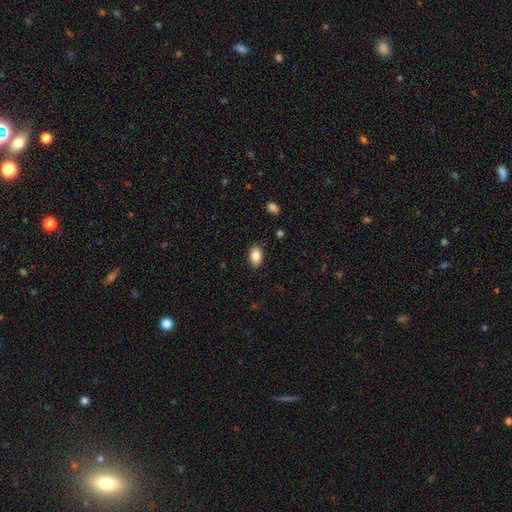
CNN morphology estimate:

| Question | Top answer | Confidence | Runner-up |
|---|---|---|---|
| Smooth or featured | smooth | 87% | star or artifact (8%) |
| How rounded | in between | 90% | round (9%) |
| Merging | none | 87% | minor disturbance (9%) |